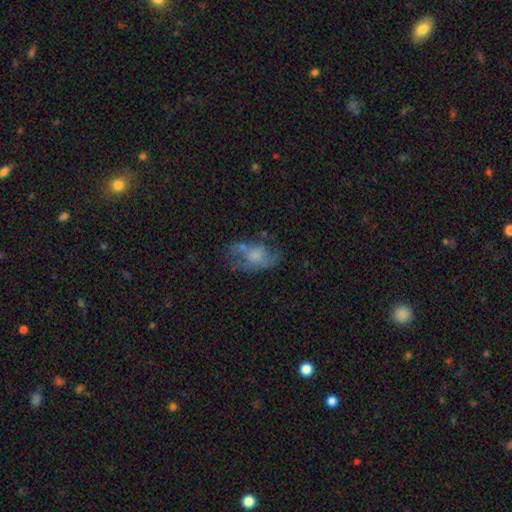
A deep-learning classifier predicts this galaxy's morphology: Smooth or featured?
  - featured or disk: 49% *
  - smooth: 41%
  - star or artifact: 10%
Merging?
  - none: 37% *
  - major disturbance: 28%
  - minor disturbance: 24%
  - merger: 11%